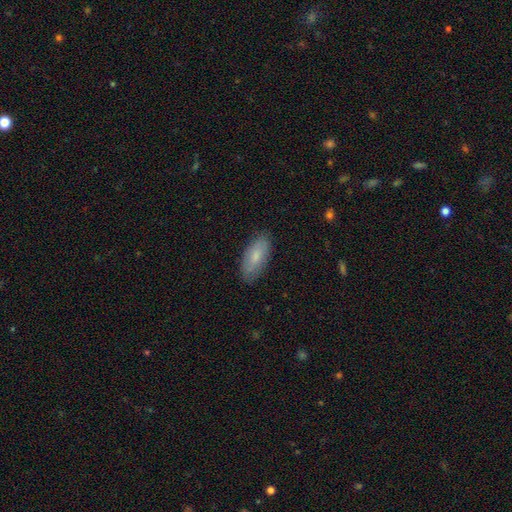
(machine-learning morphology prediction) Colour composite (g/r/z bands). It shows a smooth galaxy with no disk features (78%) that is in between round and cigar-shaped (86%). Merging: none (85%).